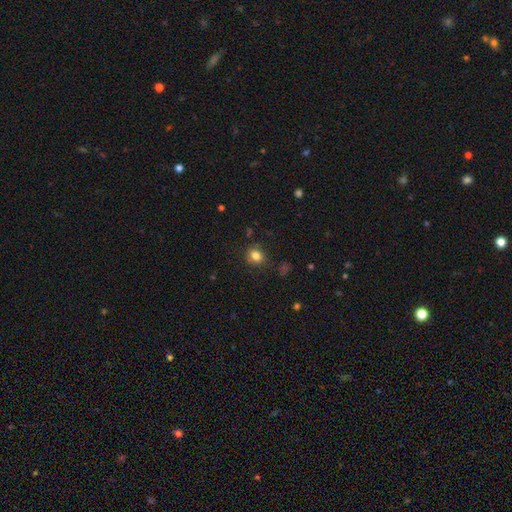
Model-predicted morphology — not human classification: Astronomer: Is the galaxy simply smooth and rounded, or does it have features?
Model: smooth — 81%.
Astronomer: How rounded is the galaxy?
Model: round — 67%.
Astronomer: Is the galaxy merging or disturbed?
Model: none — 82%.